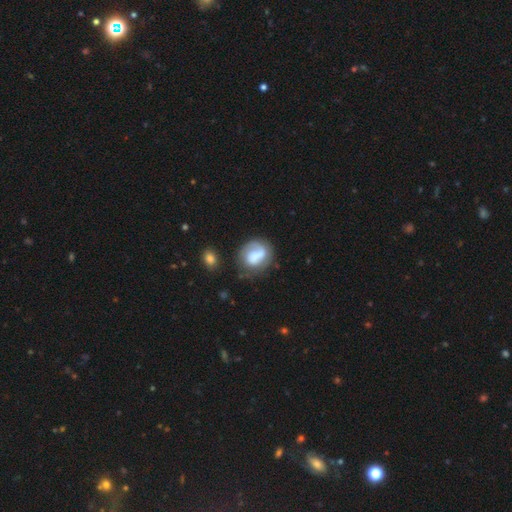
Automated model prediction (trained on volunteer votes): smooth_or_featured: smooth (p=0.48) [alt: featured or disk p=0.44]
merging: none (p=0.56) [alt: minor disturbance p=0.22]